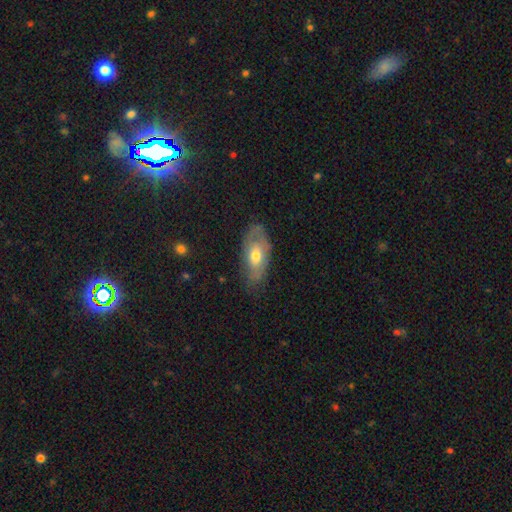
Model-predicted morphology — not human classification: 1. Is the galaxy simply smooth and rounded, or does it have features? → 52% smooth, 41% featured or disk, 7% star or artifact.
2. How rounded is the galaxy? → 87% in between, 8% cigar-shaped, 5% round.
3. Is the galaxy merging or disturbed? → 65% none, 25% minor disturbance, 9% major disturbance, 2% merger.